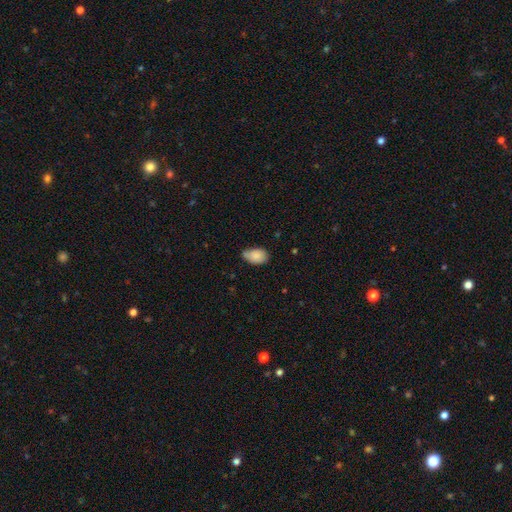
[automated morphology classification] Overall: smooth (84%). How rounded: in between (87%). Merging: none (53%; minor disturbance 35%).